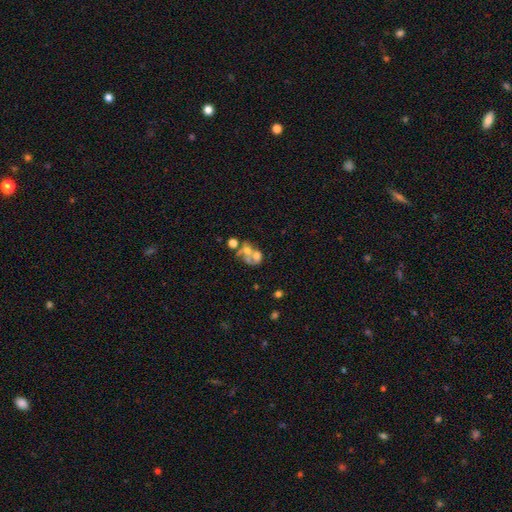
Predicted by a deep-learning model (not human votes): Smooth or featured: featured or disk — 44% (smooth — 42%)
Merging: merger — 56% (none — 20%)